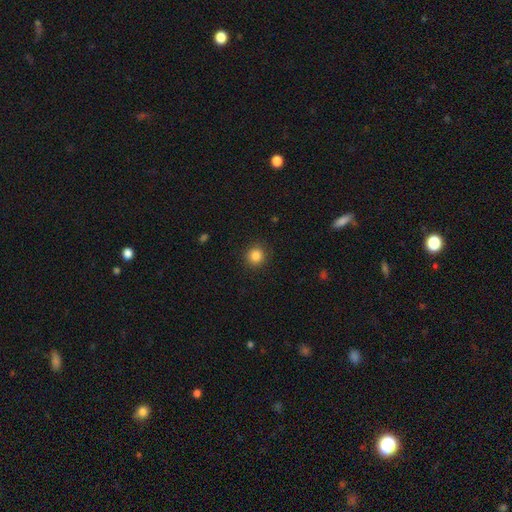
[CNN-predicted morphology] A smooth galaxy with no disk features (85%) that is round (92%). Merging: none (90%).